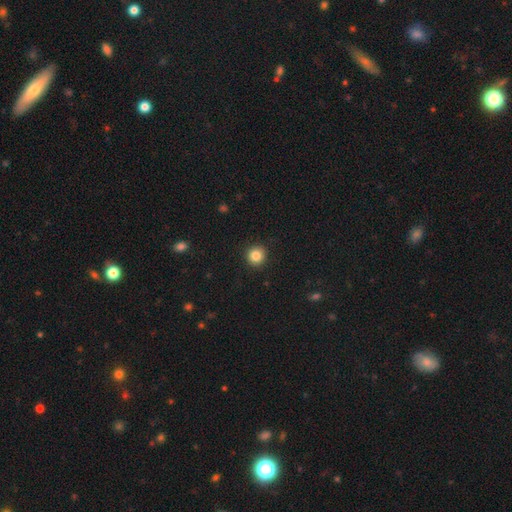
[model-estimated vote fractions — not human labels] Smooth or featured? Predicted: smooth (p=0.85). How rounded? Predicted: round (p=0.94). Merging? Predicted: none (p=0.92).